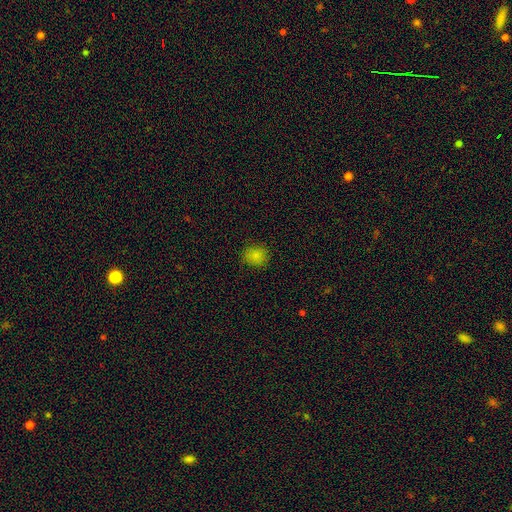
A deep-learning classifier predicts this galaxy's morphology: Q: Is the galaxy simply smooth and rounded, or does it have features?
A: smooth — 82%.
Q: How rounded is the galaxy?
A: round — 74%.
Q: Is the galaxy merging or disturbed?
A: none — 87%.